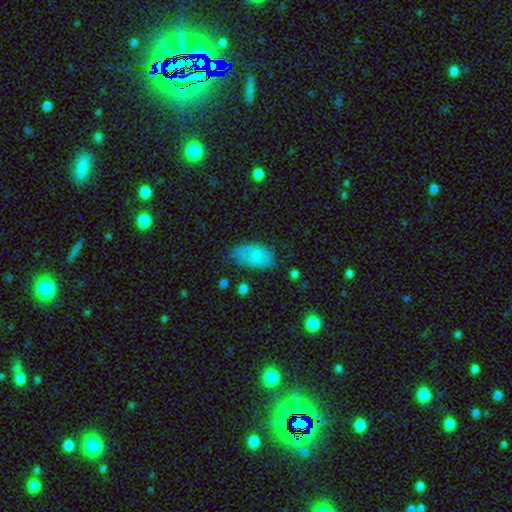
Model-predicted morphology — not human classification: The model was most divided on "merging": none: 44%, minor disturbance: 36%, major disturbance: 17%, merger: 3%. More confident: how rounded — in between (92%); smooth or featured — smooth (68%).